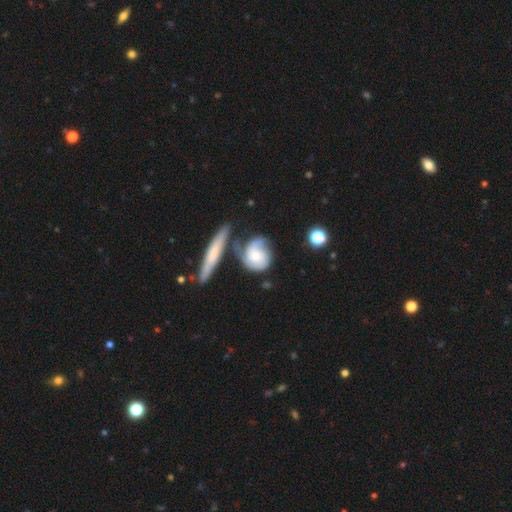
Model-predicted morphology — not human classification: smooth-or-featured: featured or disk: 60% | smooth: 34% | star or artifact: 6%
  disk-edge-on: no: 93% | yes: 7%
    bar: no: 74% | weak: 21% | strong: 5%
    has-spiral-arms: yes: 86% | no: 14%
    bulge-size: moderate: 51% | small: 34% | large: 8% | none: 5% | dominant: 2%
  merging: none: 42% | minor disturbance: 22% | merger: 20% | major disturbance: 16%